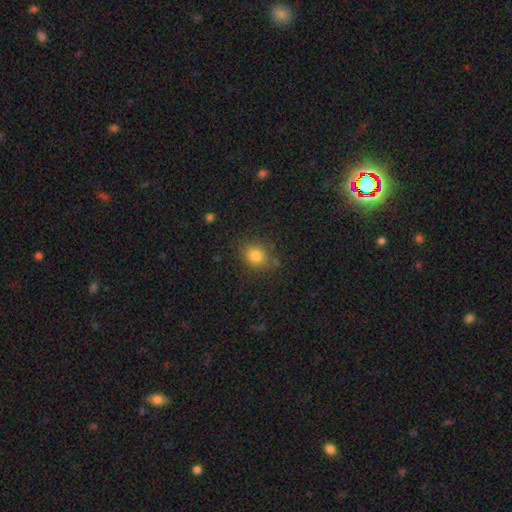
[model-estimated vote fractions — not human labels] Smooth or featured?
  - smooth: 82% *
  - star or artifact: 11%
  - featured or disk: 7%
How rounded?
  - round: 57% *
  - in between: 42%
  - cigar-shaped: 1%
Merging?
  - none: 78% *
  - minor disturbance: 15%
  - major disturbance: 5%
  - merger: 3%